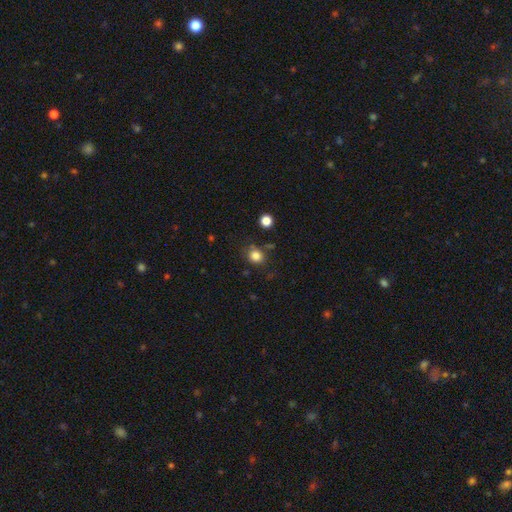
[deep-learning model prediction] smooth-or-featured: smooth: 83% | star or artifact: 12% | featured or disk: 5%
  how-rounded: round: 75% | in between: 24% | cigar-shaped: 1%
  merging: none: 74% | minor disturbance: 16% | merger: 5% | major disturbance: 5%